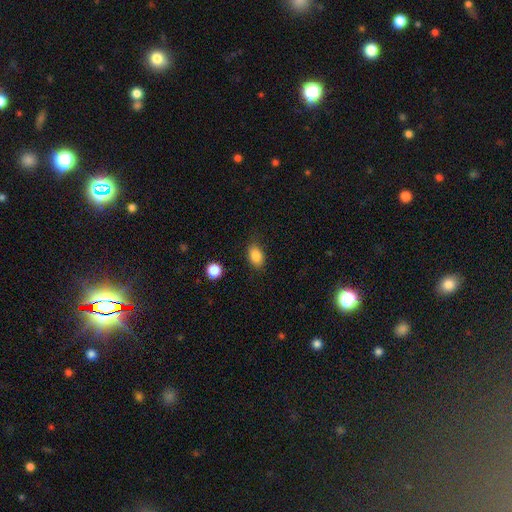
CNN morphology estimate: The model was most divided on "how rounded": in between: 82%, round: 17%, cigar-shaped: 2%. More confident: smooth or featured — smooth (85%); merging — none (81%).